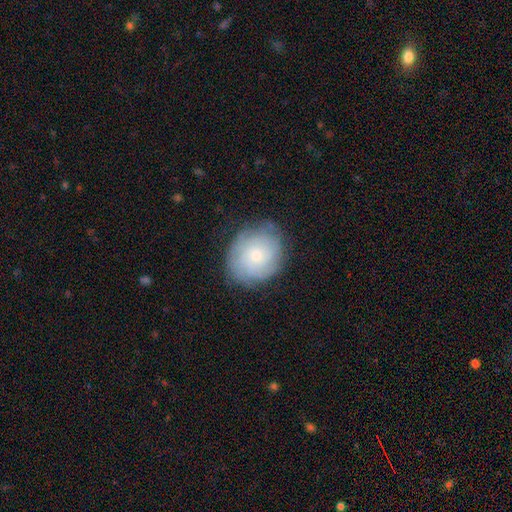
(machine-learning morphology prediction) Overall: smooth (48%; featured or disk 43%). Merging: none (76%).